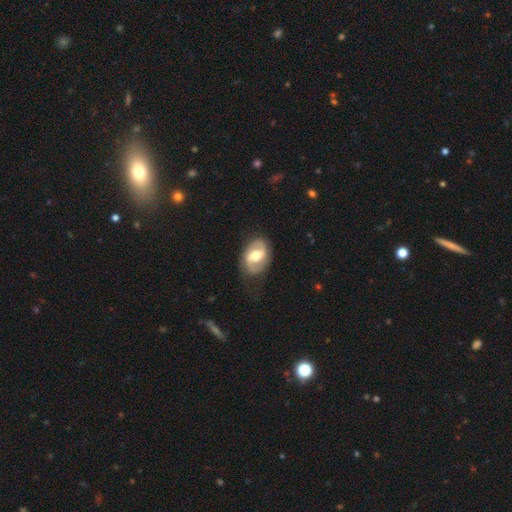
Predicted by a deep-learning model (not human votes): The model was most divided on "spiral winding": medium: 45%, loose: 31%, tight: 24%. Remaining: edge-on disk — no (96%); spiral arm count — 2 (87%); spiral arms — yes (82%); merging — none (75%); smooth or featured — featured or disk (70%); bulge size — moderate (65%); bar — weak (46%).